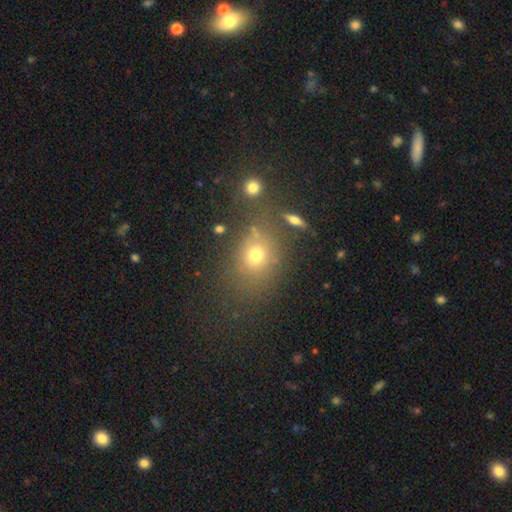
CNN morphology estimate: Smooth or featured: smooth — 68% (star or artifact — 19%)
How rounded: round — 52% (in between — 47%)
Merging: none — 70% (minor disturbance — 14%)